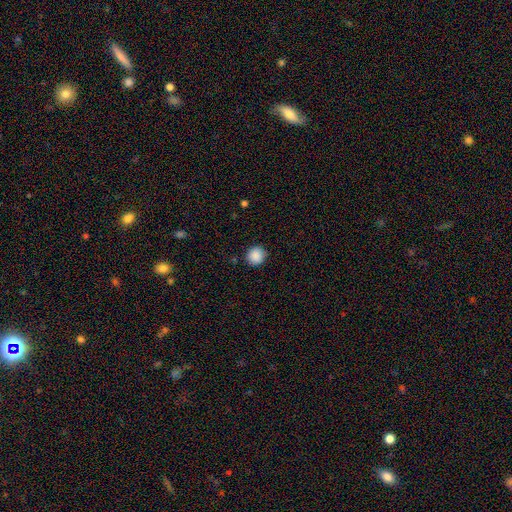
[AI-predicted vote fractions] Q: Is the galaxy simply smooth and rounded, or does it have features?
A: smooth — 88%.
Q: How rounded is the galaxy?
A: round — 89%.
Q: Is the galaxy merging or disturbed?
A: none — 87%.